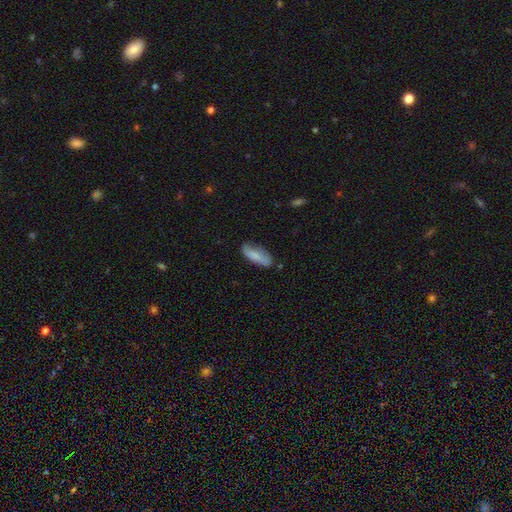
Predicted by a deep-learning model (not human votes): Smooth or featured? smooth (77%)
How rounded? in between (60%)
Merging? none (66%)